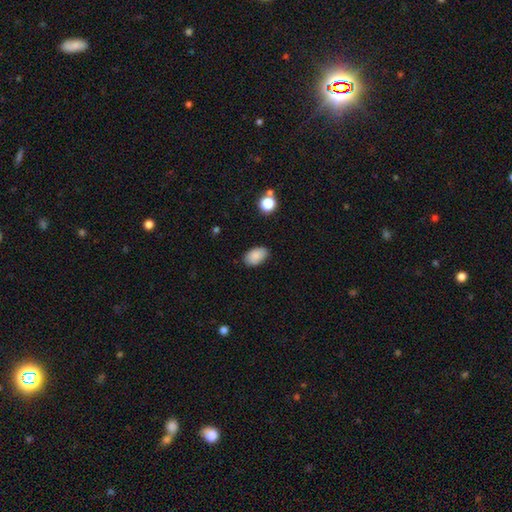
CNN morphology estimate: This is clearly a smooth galaxy (88%). How rounded: clearly in between (91%). Merging: clearly none (84%).